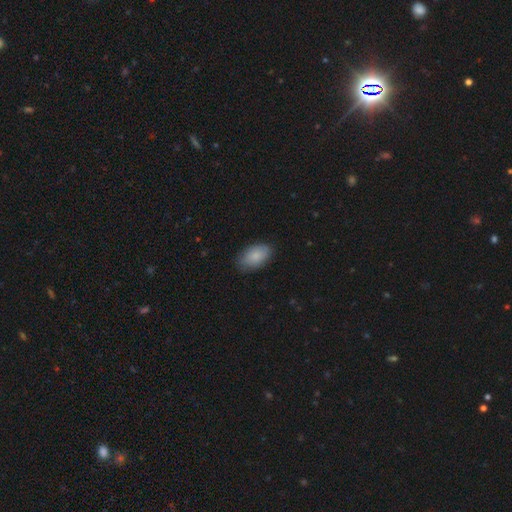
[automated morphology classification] A smooth galaxy with no disk features (85%) that is in between round and cigar-shaped (92%).

Vote fractions:
- Smooth or featured? smooth: 85% / featured or disk: 9% / star or artifact: 6%
- How rounded? in between: 92% / round: 7% / cigar-shaped: 1%
- Merging? none: 81% / minor disturbance: 15% / major disturbance: 3% / merger: 1%